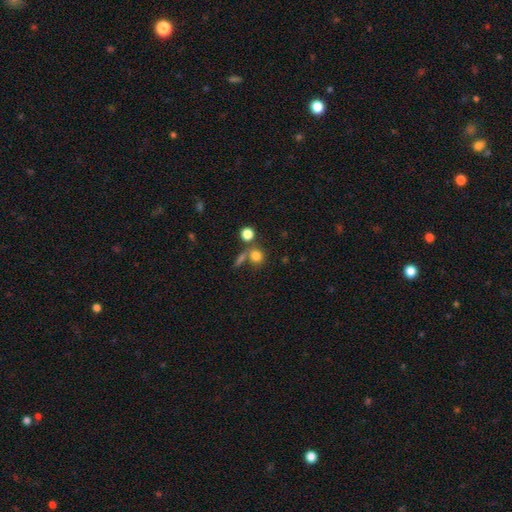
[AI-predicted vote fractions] Smooth or featured: smooth — 78% (star or artifact — 13%)
How rounded: round — 82% (in between — 16%)
Merging: none — 59% (merger — 25%)